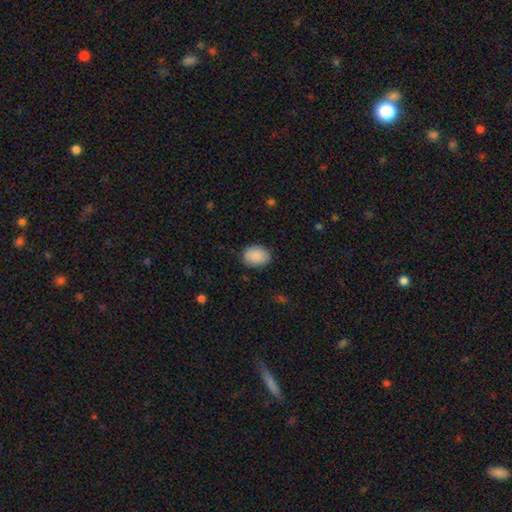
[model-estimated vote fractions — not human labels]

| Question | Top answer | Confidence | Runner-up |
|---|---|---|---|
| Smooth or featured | smooth | 89% | star or artifact (7%) |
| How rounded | in between | 67% | round (32%) |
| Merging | none | 85% | minor disturbance (11%) |